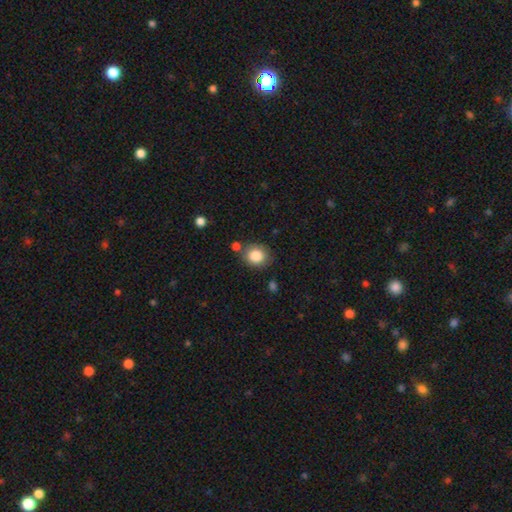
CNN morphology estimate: type=smooth (85%); roundness=round (77%); merging=none (75%).